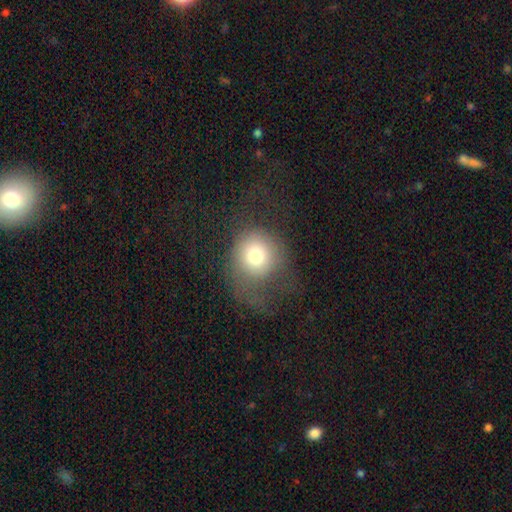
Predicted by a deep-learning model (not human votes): Smooth or featured? Predicted: smooth (p=0.72). How rounded? Predicted: round (p=0.87). Merging? Predicted: none (p=0.41).